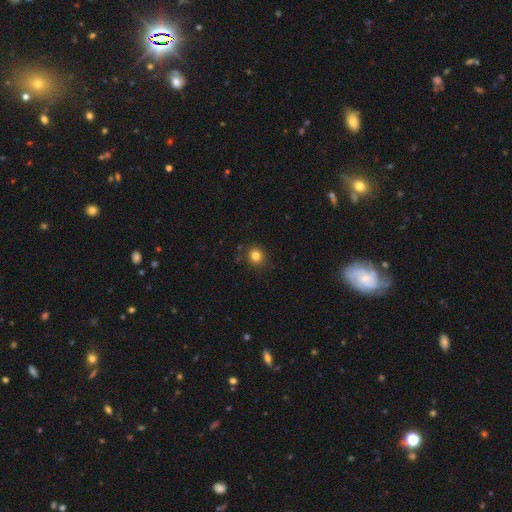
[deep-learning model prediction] A smooth galaxy with no disk features (82%) that is round (84%). Merging: none (88%).